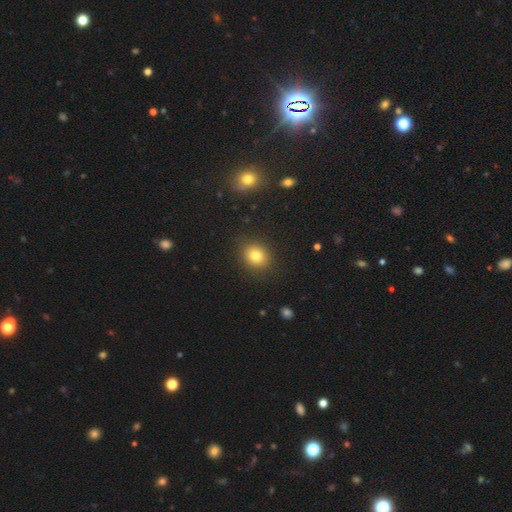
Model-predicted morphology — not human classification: smooth_or_featured: smooth (p=0.81) [alt: star or artifact p=0.11]
how_rounded: round (p=0.61) [alt: in between p=0.38]
merging: none (p=0.87) [alt: minor disturbance p=0.09]